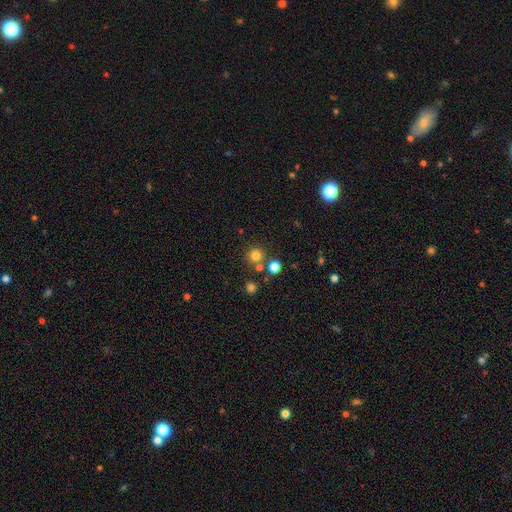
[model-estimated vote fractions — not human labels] Smooth or featured? smooth (76%)
How rounded? round (92%)
Merging? none (74%)